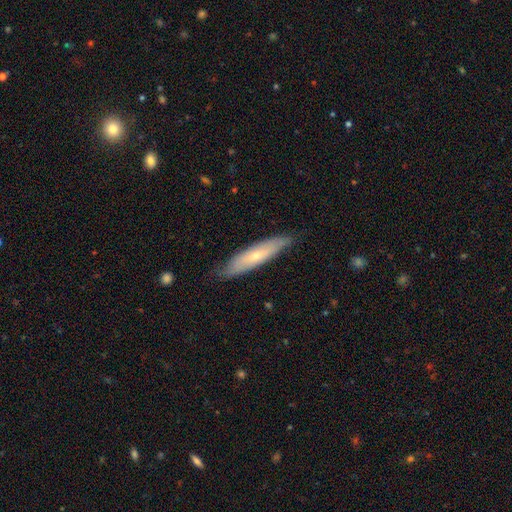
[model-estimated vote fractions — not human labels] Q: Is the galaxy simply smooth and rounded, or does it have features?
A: smooth — 49%.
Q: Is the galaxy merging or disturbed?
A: none — 79%.